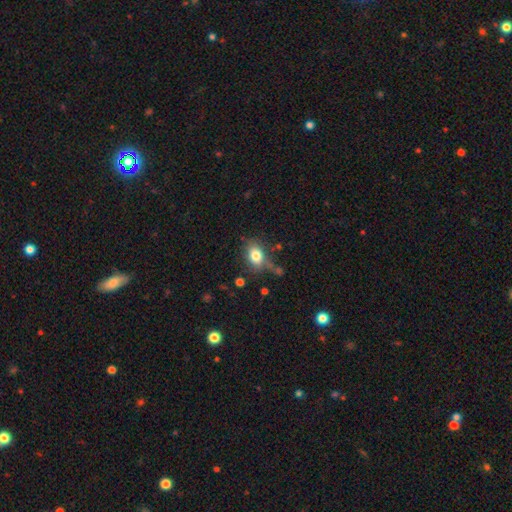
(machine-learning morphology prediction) A smooth galaxy with no disk features (80%) that is in between round and cigar-shaped (73%). Merging: none (66%).